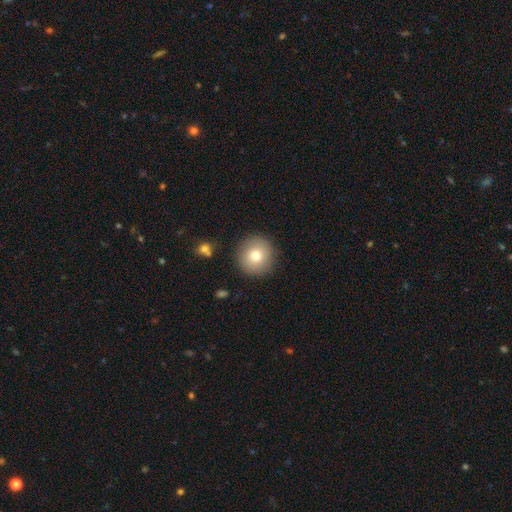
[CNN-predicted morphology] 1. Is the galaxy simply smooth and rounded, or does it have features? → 76% smooth, 14% featured or disk, 10% star or artifact.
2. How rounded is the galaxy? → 95% round, 4% in between, 1% cigar-shaped.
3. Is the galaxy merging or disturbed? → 90% none, 7% minor disturbance, 2% major disturbance, 1% merger.